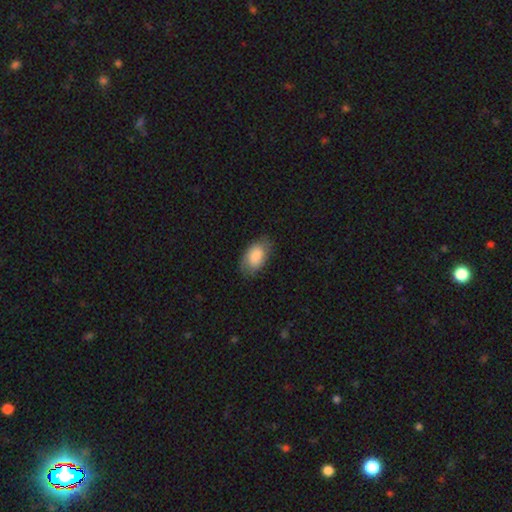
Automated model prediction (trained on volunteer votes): smooth-or-featured: smooth: 81% | featured or disk: 13% | star or artifact: 6%
  how-rounded: in between: 93% | round: 6% | cigar-shaped: 2%
  merging: none: 74% | minor disturbance: 20% | major disturbance: 5% | merger: 1%